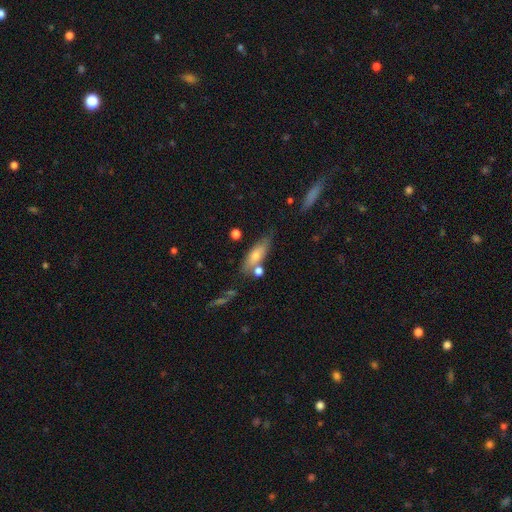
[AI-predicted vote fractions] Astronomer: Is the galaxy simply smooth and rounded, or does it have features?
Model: smooth — 67%.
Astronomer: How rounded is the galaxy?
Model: in between — 59% (runner-up: cigar-shaped, 38%).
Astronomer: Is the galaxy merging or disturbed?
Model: none — 63%.